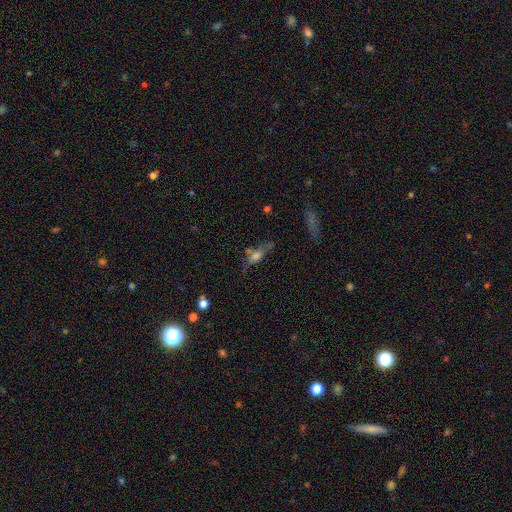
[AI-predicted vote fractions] smooth_or_featured: smooth (p=0.50) [alt: featured or disk p=0.36]
merging: none (p=0.49) [alt: minor disturbance p=0.23]